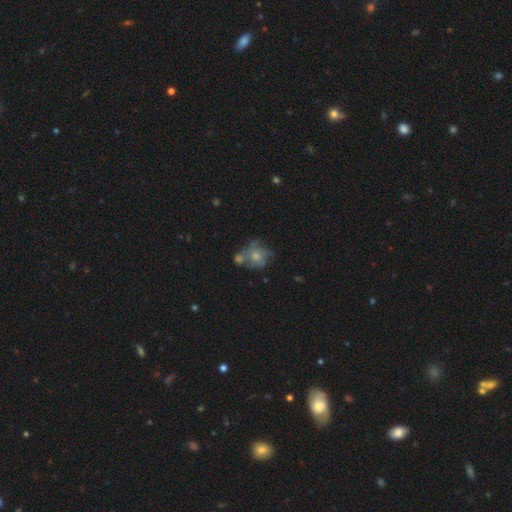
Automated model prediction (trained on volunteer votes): Smooth or featured: smooth — 47% (featured or disk — 43%)
Merging: none — 41% (merger — 22%)